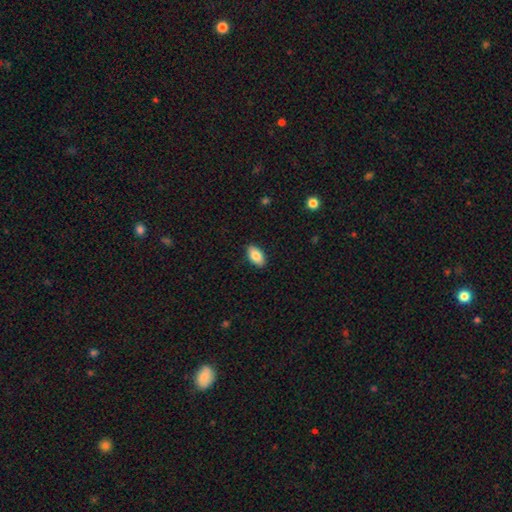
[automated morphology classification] Overall: smooth (84%). How rounded: in between (93%). Merging: none (89%).